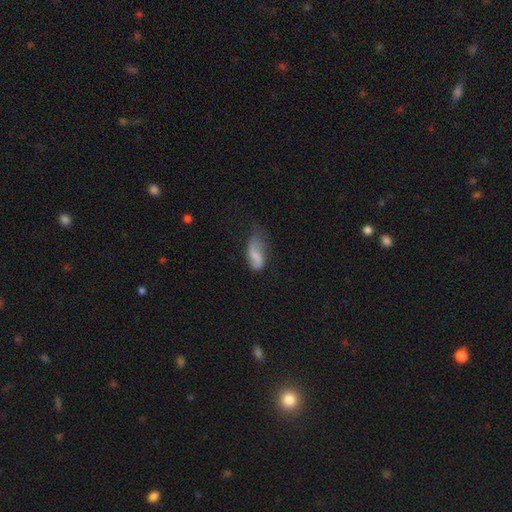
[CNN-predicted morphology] The model was most divided on "merging": minor disturbance: 37%, none: 32%, major disturbance: 27%, merger: 3%. More confident: how rounded — in between (87%); smooth or featured — smooth (57%).